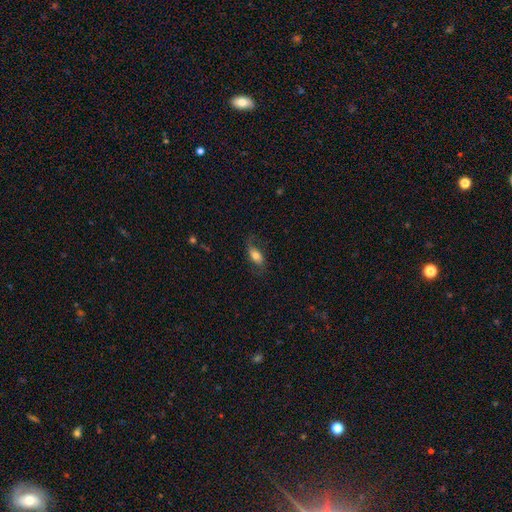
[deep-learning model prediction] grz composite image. It shows a smooth galaxy with no disk features (57%) that is in between round and cigar-shaped (85%). Merging: none (65%).